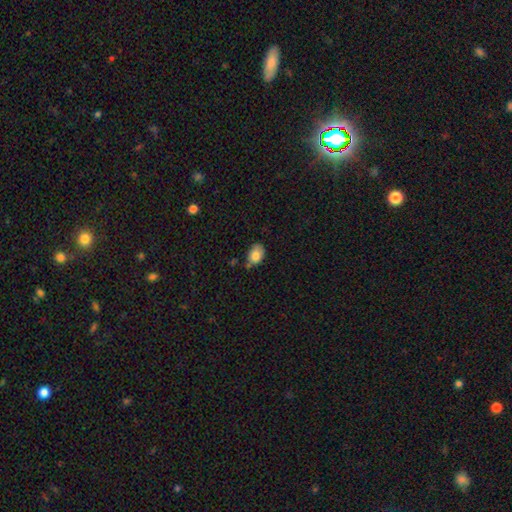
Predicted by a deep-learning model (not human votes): smooth 81%, featured or disk 10%, star or artifact 8%. Down the decision tree: how rounded — in between (81%); merging — none (53%).